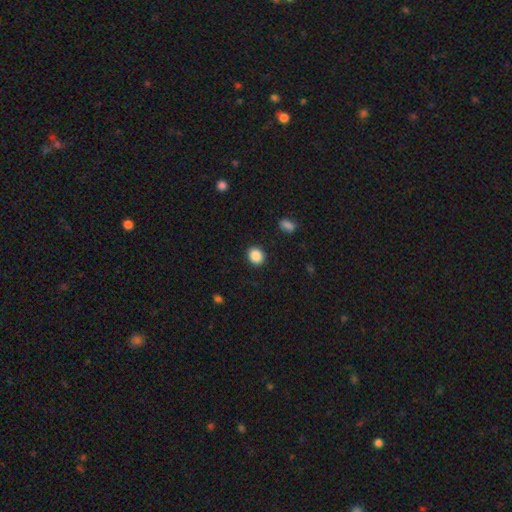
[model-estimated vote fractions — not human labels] A smooth galaxy with no disk features (88%) that is round (69%).

Vote fractions:
- Smooth or featured? smooth: 88% / star or artifact: 9% / featured or disk: 3%
- How rounded? round: 69% / in between: 30% / cigar-shaped: 1%
- Merging? none: 91% / minor disturbance: 6% / major disturbance: 2% / merger: 1%